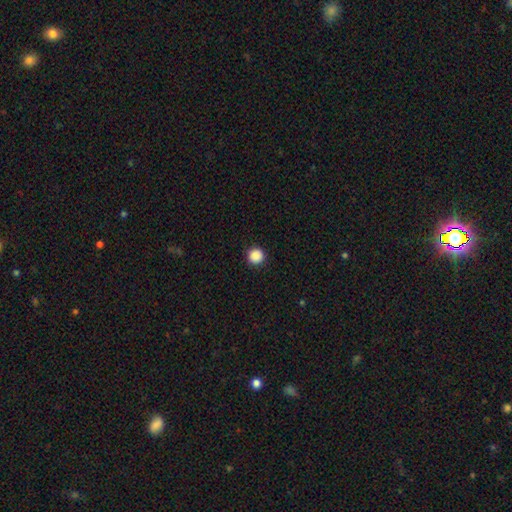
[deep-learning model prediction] This appears to be a smooth galaxy with no disk features (88%) that is round (96%). Merging: none (93%).